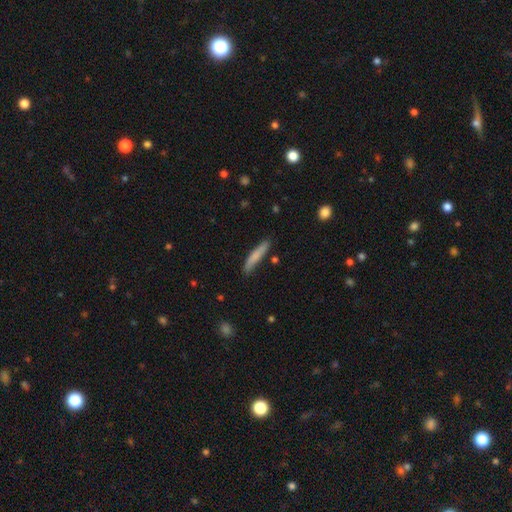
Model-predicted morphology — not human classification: A smooth galaxy with no disk features (74%) that is cigar-shaped (91%). Merging: none (82%).